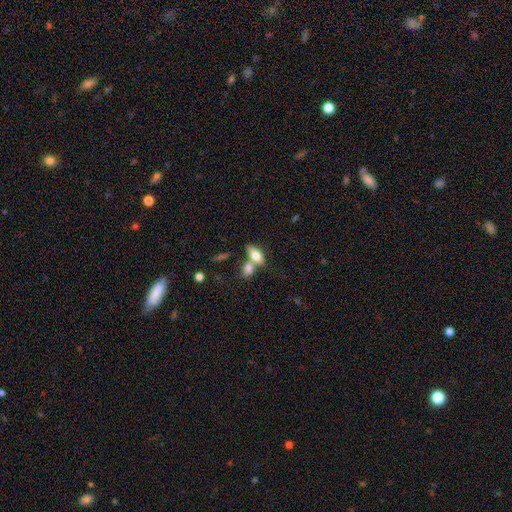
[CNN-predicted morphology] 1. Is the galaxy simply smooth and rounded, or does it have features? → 65% smooth, 27% featured or disk, 8% star or artifact.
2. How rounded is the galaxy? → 76% in between, 17% cigar-shaped, 7% round.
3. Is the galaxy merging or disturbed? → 44% merger, 41% none, 10% minor disturbance, 5% major disturbance.